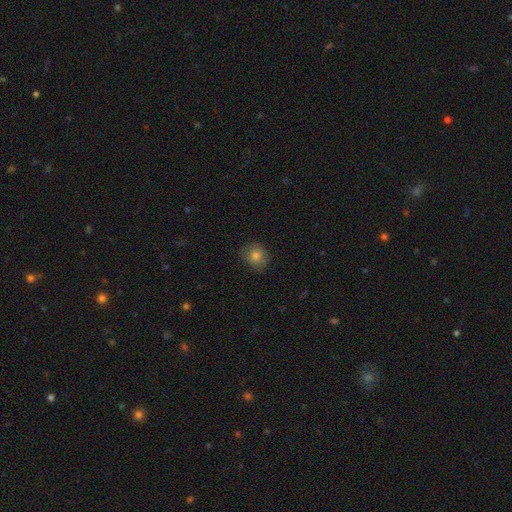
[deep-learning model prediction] Smooth or featured? smooth (80%)
How rounded? round (78%)
Merging? none (80%)